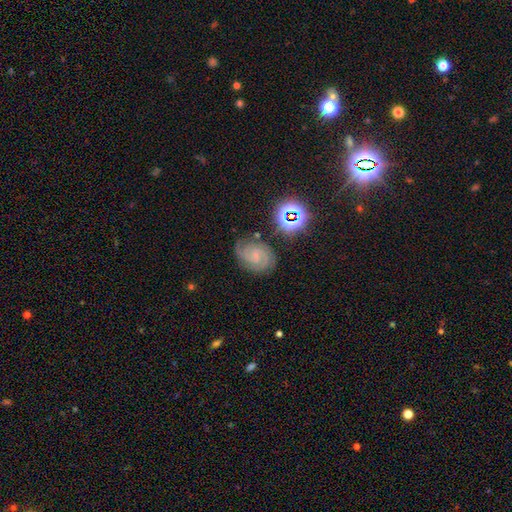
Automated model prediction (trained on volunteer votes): smooth-or-featured: featured or disk: 79% | star or artifact: 12% | smooth: 9%
  disk-edge-on: no: 98% | yes: 2%
    bar: weak: 45% | no: 43% | strong: 12%
    has-spiral-arms: yes: 98% | no: 2%
      spiral-winding: tight: 59% | medium: 36% | loose: 5%
      spiral-arm-count: 2: 67% | 3: 17% | can't tell: 8% | 4: 3% | 1: 3% | more than 4: 2%
    bulge-size: small: 60% | none: 22% | moderate: 16% | large: 1% | dominant: 1%
  merging: none: 76% | minor disturbance: 16% | major disturbance: 5% | merger: 3%